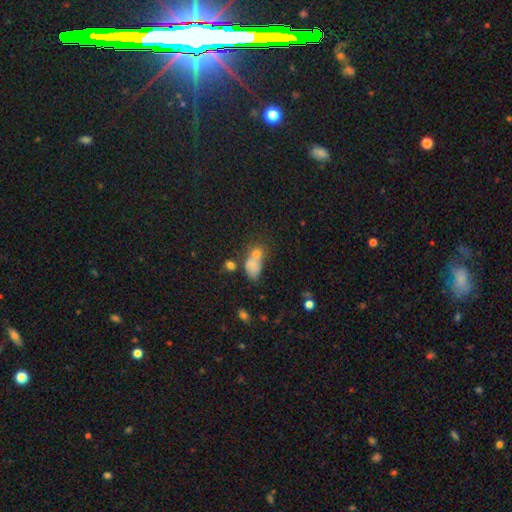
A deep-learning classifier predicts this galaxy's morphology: This is possibly a smooth galaxy (58%). How rounded: possibly in between (57%). Merging: marginally merger (40%).